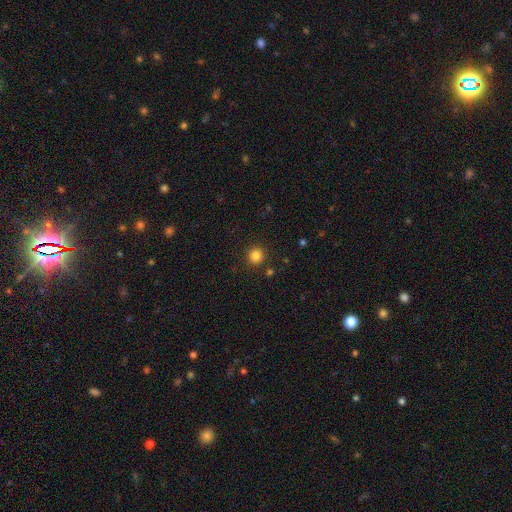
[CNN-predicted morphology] A smooth galaxy with no disk features (83%) that is round (94%).

Vote fractions:
- Smooth or featured? smooth: 83% / star or artifact: 13% / featured or disk: 4%
- How rounded? round: 94% / in between: 5% / cigar-shaped: 1%
- Merging? none: 91% / minor disturbance: 5% / merger: 2% / major disturbance: 2%